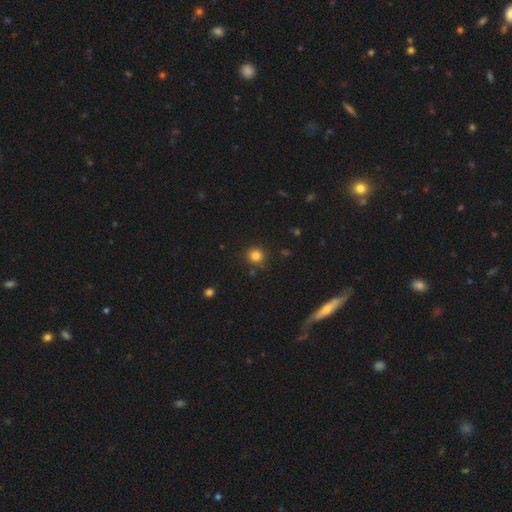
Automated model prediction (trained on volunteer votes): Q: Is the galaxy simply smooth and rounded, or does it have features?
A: smooth — 82%.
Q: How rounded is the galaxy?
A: round — 91%.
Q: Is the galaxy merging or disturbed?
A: none — 85%.